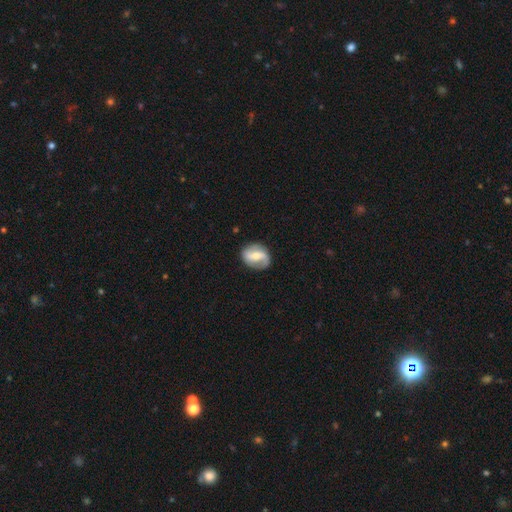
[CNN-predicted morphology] This appears to be a featured or disk galaxy (68%) with a weak bar (41%), 2 (84%) loose (44%) spiral arms (86%) and a moderate central bulge (52%). Merging: none (80%).